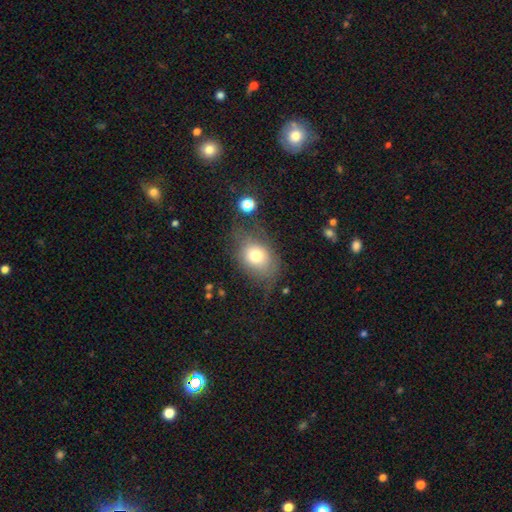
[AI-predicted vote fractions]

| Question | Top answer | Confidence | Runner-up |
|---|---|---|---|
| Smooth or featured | smooth | 70% | featured or disk (20%) |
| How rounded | in between | 65% | round (33%) |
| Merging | none | 51% | minor disturbance (26%) |